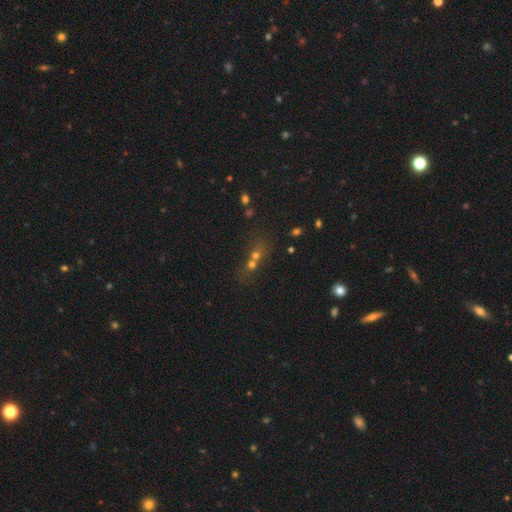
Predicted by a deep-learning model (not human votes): The model was most divided on "smooth or featured": smooth: 49%, star or artifact: 33%, featured or disk: 18%. More confident: merging — merger (58%).